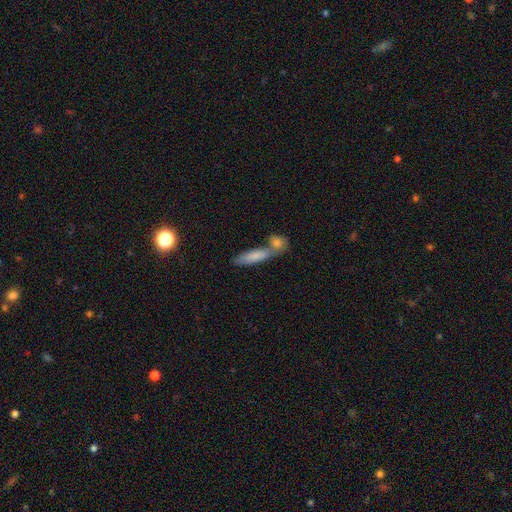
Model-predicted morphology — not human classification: This is likely a smooth galaxy (76%). How rounded: likely cigar-shaped (61%). Merging: marginally none (44%).